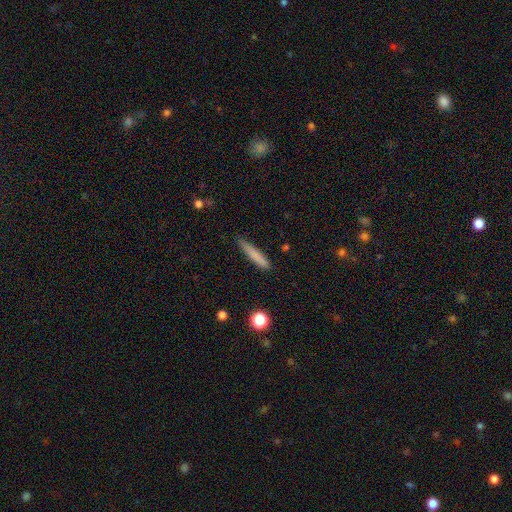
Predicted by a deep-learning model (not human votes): The model was most divided on "smooth or featured": smooth: 76%, featured or disk: 17%, star or artifact: 7%. More confident: how rounded — cigar-shaped (93%); merging — none (81%).